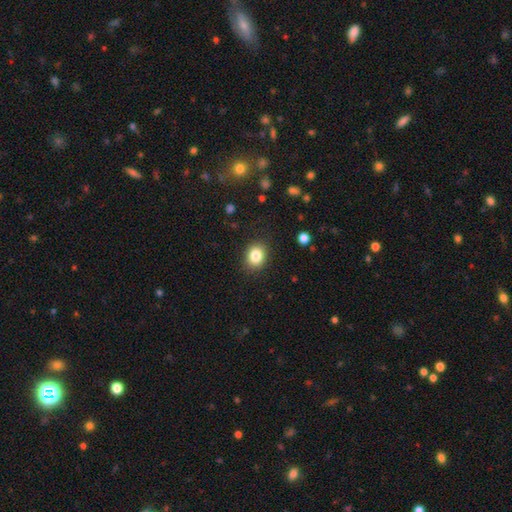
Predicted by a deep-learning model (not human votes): This is clearly a smooth galaxy (84%). How rounded: possibly round (54%). Merging: clearly none (87%).